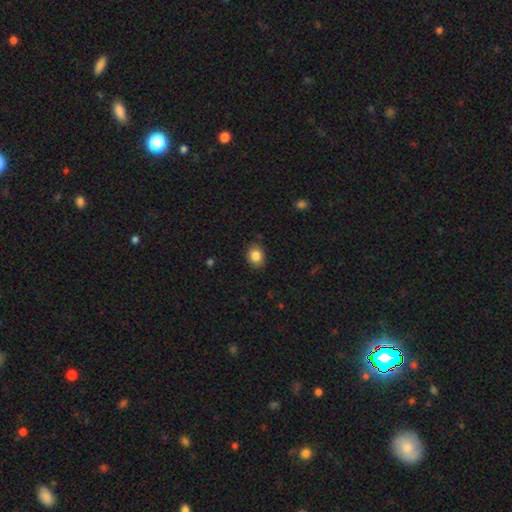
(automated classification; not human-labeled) Smooth or featured: smooth — 86% (star or artifact — 9%)
How rounded: in between — 53% (round — 46%)
Merging: none — 87% (minor disturbance — 10%)